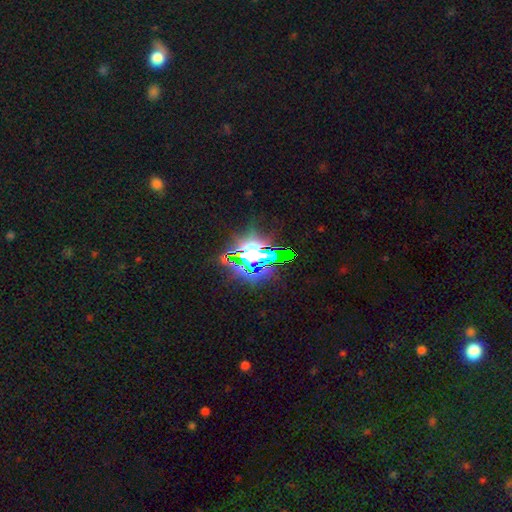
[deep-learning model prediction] This is likely a star or artifact rather than a galaxy (70%).